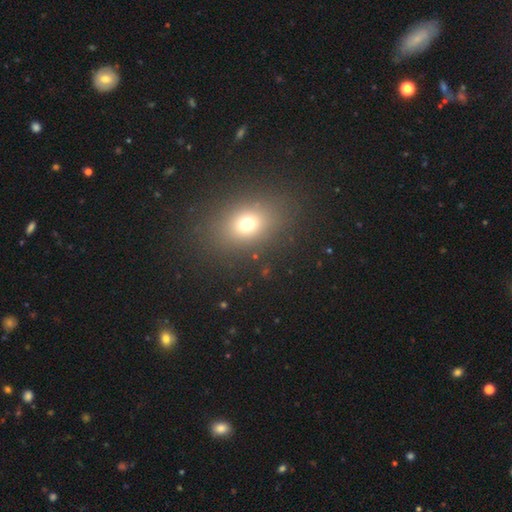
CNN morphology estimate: smooth 64%, star or artifact 26%, featured or disk 10%. Down the decision tree: how rounded — in between (66%); merging — none (90%).